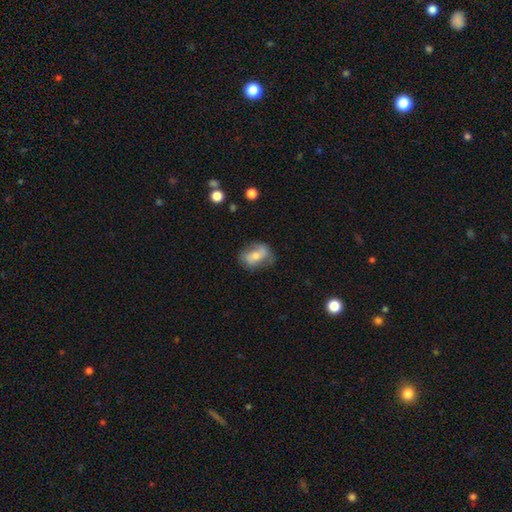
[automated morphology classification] Smooth or featured: smooth — 53% (featured or disk — 39%)
How rounded: in between — 75% (round — 23%)
Merging: none — 58% (minor disturbance — 27%)